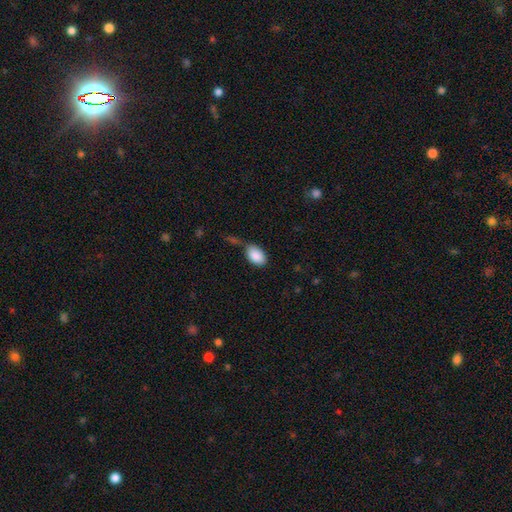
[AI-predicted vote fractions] Smooth or featured?
  - smooth: 89% *
  - star or artifact: 7%
  - featured or disk: 5%
How rounded?
  - in between: 91% *
  - round: 7%
  - cigar-shaped: 1%
Merging?
  - none: 59% *
  - minor disturbance: 21%
  - merger: 13%
  - major disturbance: 7%